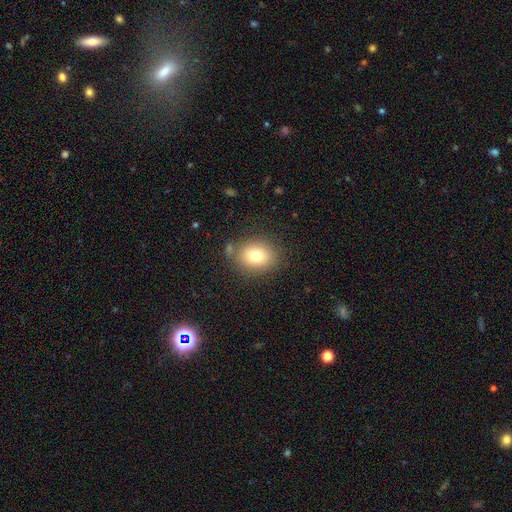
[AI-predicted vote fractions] Overall: smooth (76%). How rounded: round (59%; in between 40%). Merging: none (79%).